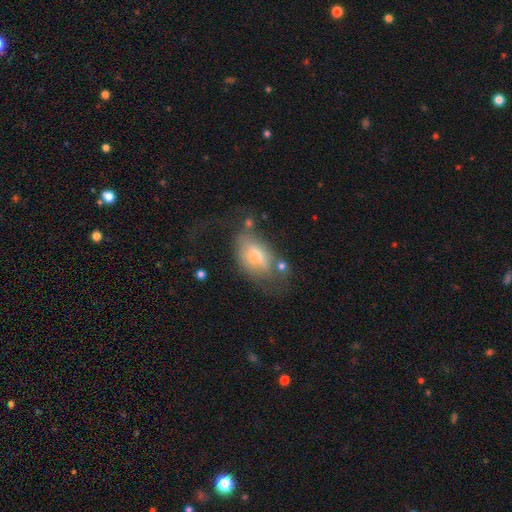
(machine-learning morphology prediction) type=smooth (58%); roundness=in between (89%); merging=none (40%).